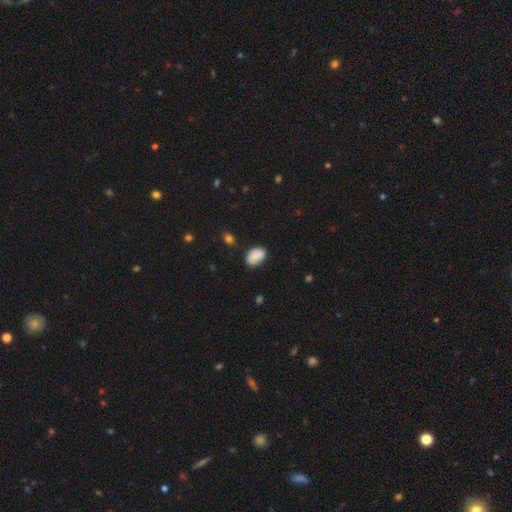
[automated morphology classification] The model was most divided on "merging": none: 70%, minor disturbance: 22%, major disturbance: 4%, merger: 4%. More confident: how rounded — in between (85%); smooth or featured — smooth (81%).